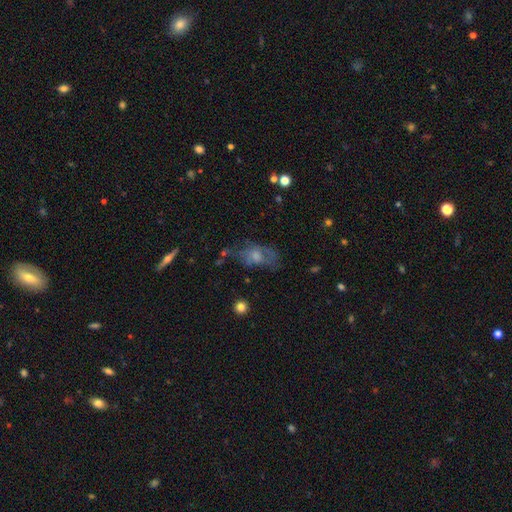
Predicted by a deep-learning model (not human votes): The model was most divided on "smooth or featured" (2-way tie): featured or disk: 44%, smooth: 44%, star or artifact: 12%. Remaining: merging — none (42%).